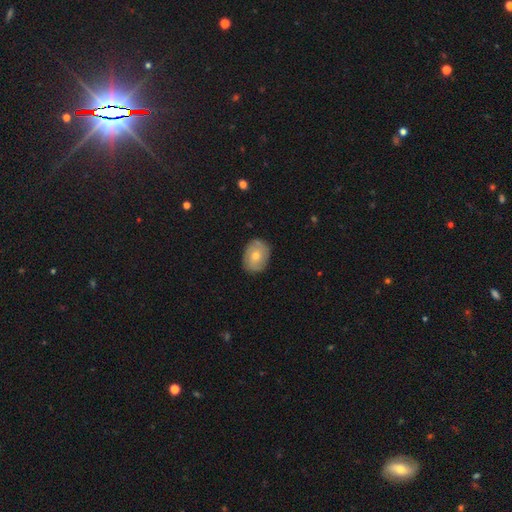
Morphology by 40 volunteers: This is possibly a smooth galaxy (57%). How rounded: likely in between (78%). Merging: clearly none (87%).